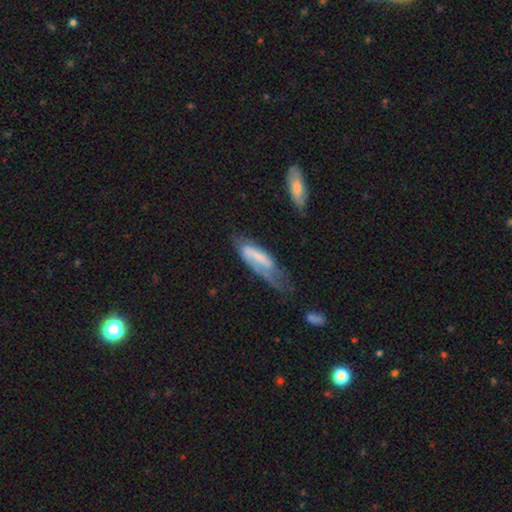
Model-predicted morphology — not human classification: Smooth or featured? Predicted: featured or disk (p=0.53). Edge-on disk? Predicted: no (p=0.82). Merging? Predicted: major disturbance (p=0.34).